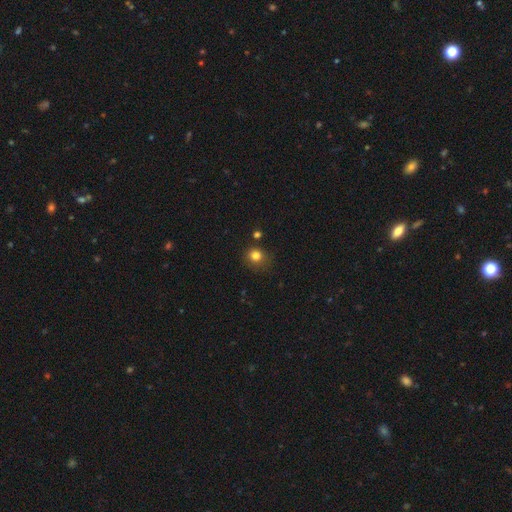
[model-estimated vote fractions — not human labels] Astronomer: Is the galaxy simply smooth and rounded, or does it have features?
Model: smooth — 81%.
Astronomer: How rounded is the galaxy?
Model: round — 84%.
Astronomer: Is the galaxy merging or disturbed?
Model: none — 76%.